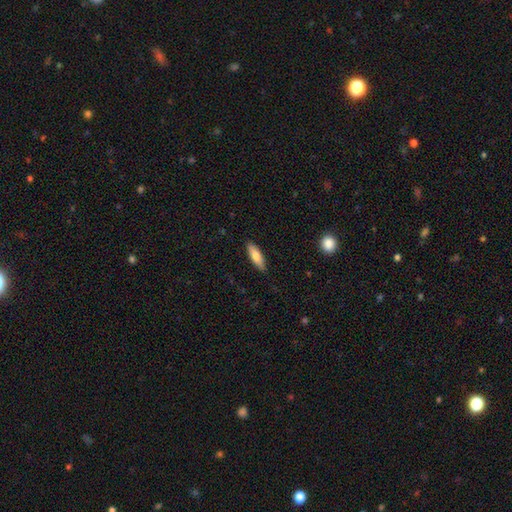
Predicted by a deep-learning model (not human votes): Smooth or featured?
  - smooth: 76% *
  - featured or disk: 18%
  - star or artifact: 6%
How rounded?
  - cigar-shaped: 50% *
  - in between: 48%
  - round: 2%
Merging?
  - none: 88% *
  - minor disturbance: 9%
  - major disturbance: 2%
  - merger: 1%